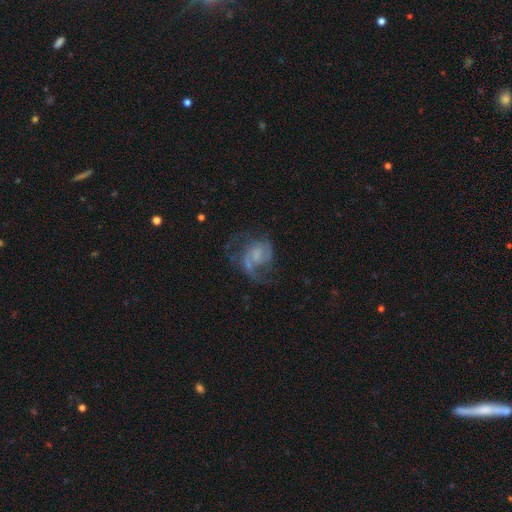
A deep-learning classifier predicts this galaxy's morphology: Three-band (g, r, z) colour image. It shows a featured or disk galaxy (78%) with no bar (51%), 2 (64%) medium (50%) spiral arms (91%) and no central bulge (35%). Merging: none (52%).